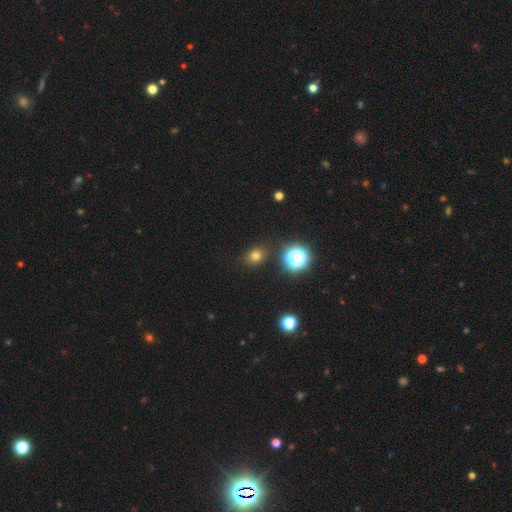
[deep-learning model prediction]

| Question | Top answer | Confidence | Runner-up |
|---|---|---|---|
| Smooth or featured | smooth | 73% | star or artifact (20%) |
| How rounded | round | 54% | in between (44%) |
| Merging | none | 87% | minor disturbance (9%) |